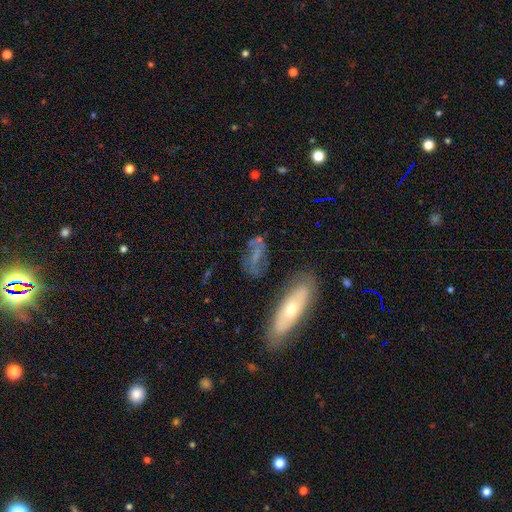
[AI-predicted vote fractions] smooth-or-featured: featured or disk: 45% | smooth: 41% | star or artifact: 14%
  merging: none: 60% | minor disturbance: 20% | major disturbance: 13% | merger: 7%